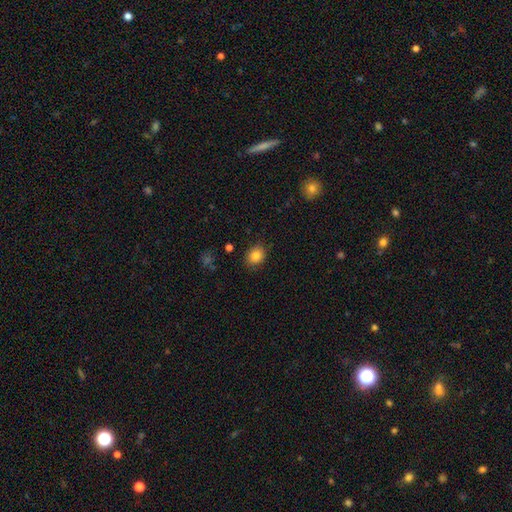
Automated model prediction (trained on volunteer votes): This appears to be a smooth galaxy with no disk features (83%) that is round (54%). Merging: none (85%).